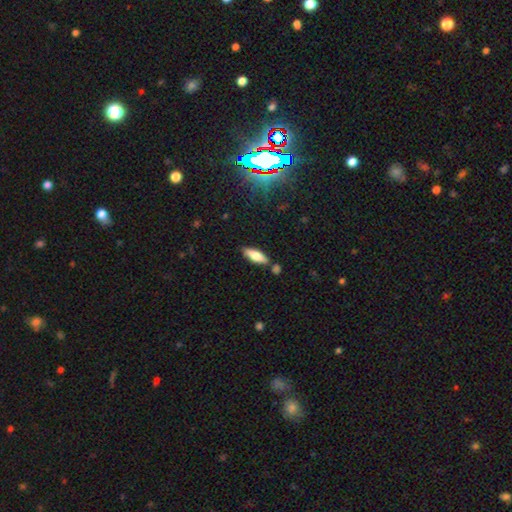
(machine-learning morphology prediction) Overall: smooth (69%). How rounded: in between (53%; cigar-shaped 45%). Merging: none (81%).